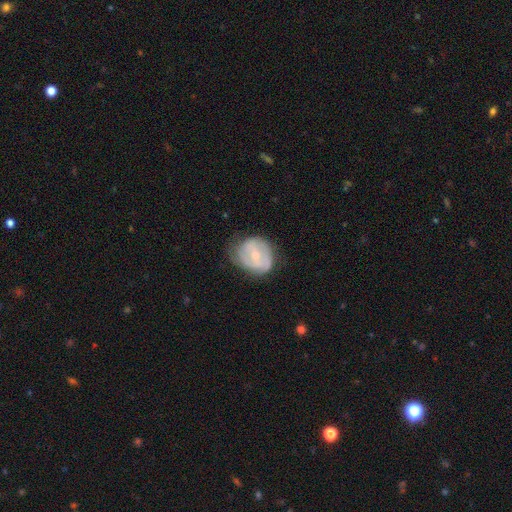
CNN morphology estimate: A featured or disk galaxy (59%) with no bar (49%), spiral arms (62%) and a small central bulge (57%).

Vote fractions:
- Smooth or featured? featured or disk: 59% / smooth: 34% / star or artifact: 7%
- Edge-on disk? no: 97% / yes: 3%
- Bar? no: 49% / weak: 39% / strong: 12%
- Spiral arms? yes: 62% / no: 38%
- Bulge size? small: 57% / moderate: 39% / none: 2% / large: 1% / dominant: 1%
- Merging? none: 54% / minor disturbance: 32% / major disturbance: 13% / merger: 1%